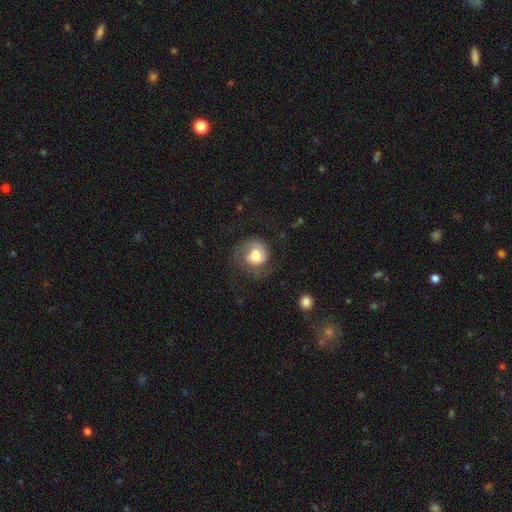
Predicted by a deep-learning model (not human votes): A featured or disk galaxy (55%) with no bar (60%), spiral arms (86%) and a moderate central bulge (57%). Merging: none (56%).